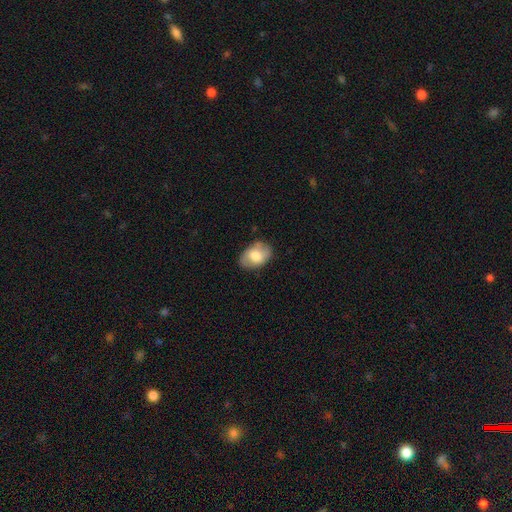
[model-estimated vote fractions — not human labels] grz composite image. It shows a smooth galaxy with no disk features (70%) that is in between round and cigar-shaped (85%). Merging: none (77%).